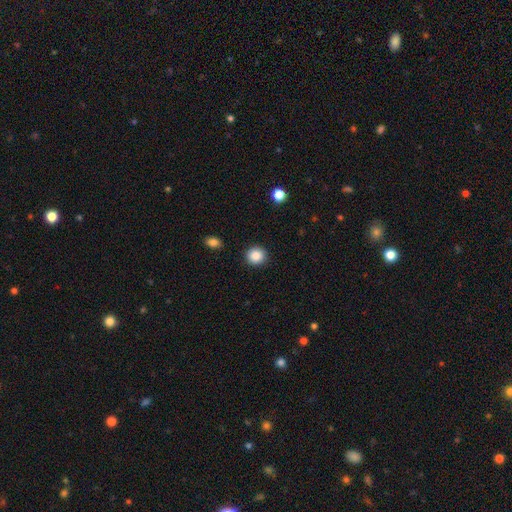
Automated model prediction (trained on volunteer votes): smooth-or-featured: smooth: 88% | star or artifact: 9% | featured or disk: 3%
  how-rounded: round: 90% | in between: 9% | cigar-shaped: 1%
  merging: none: 91% | minor disturbance: 6% | major disturbance: 2% | merger: 1%